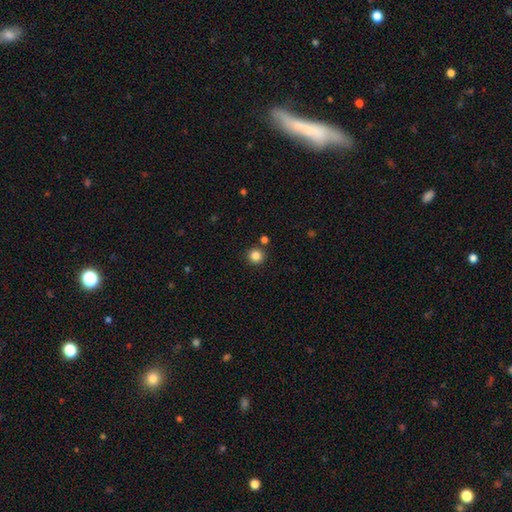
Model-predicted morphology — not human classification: A smooth galaxy with no disk features (84%) that is round (95%).

Vote fractions:
- Smooth or featured? smooth: 84% / star or artifact: 12% / featured or disk: 4%
- How rounded? round: 95% / in between: 4% / cigar-shaped: 1%
- Merging? none: 87% / minor disturbance: 6% / merger: 5% / major disturbance: 2%